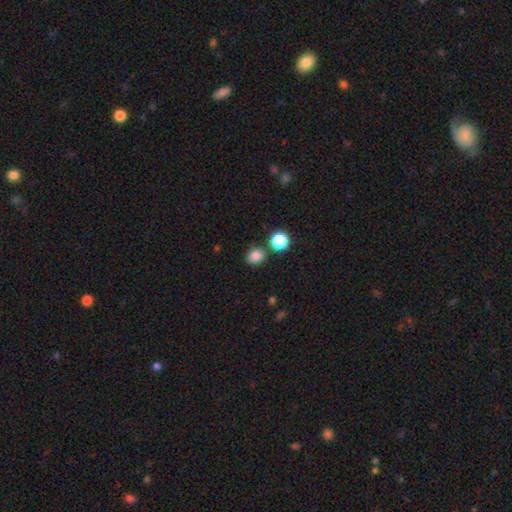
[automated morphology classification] The model was most divided on "how rounded": round: 72%, in between: 27%, cigar-shaped: 1%. More confident: smooth or featured — smooth (83%); merging — none (78%).